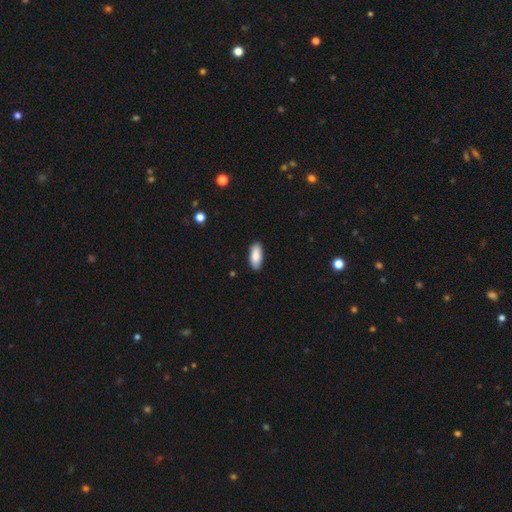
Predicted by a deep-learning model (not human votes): Smooth or featured: smooth — 88% (featured or disk — 6%)
How rounded: in between — 84% (cigar-shaped — 14%)
Merging: none — 87% (minor disturbance — 10%)